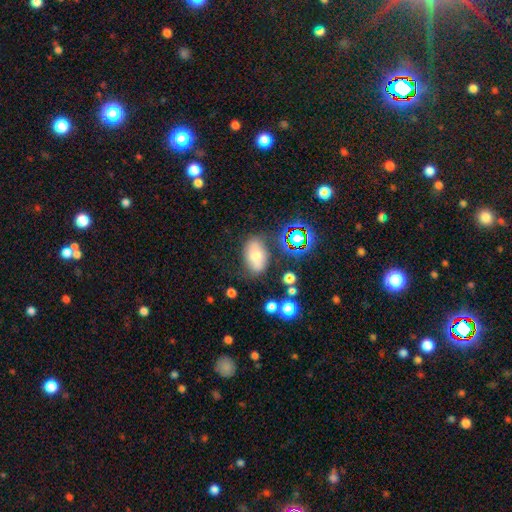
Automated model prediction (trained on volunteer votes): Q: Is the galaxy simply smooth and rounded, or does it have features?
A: smooth — 66%.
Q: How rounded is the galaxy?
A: in between — 87%.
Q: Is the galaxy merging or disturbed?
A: none — 70%.